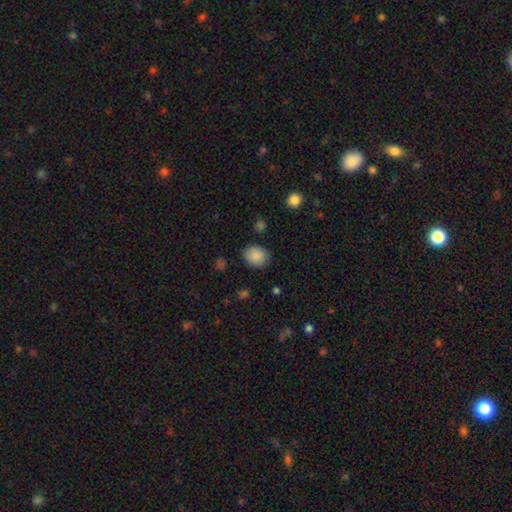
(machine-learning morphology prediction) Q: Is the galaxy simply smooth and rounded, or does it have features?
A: smooth — 87%.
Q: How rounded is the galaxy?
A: round — 59%.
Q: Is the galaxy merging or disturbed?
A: none — 83%.